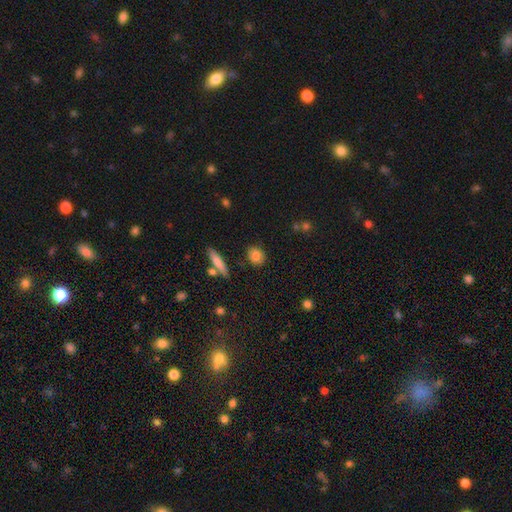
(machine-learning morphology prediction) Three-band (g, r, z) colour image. It shows a smooth galaxy with no disk features (83%) that is round (63%). Merging: none (85%).